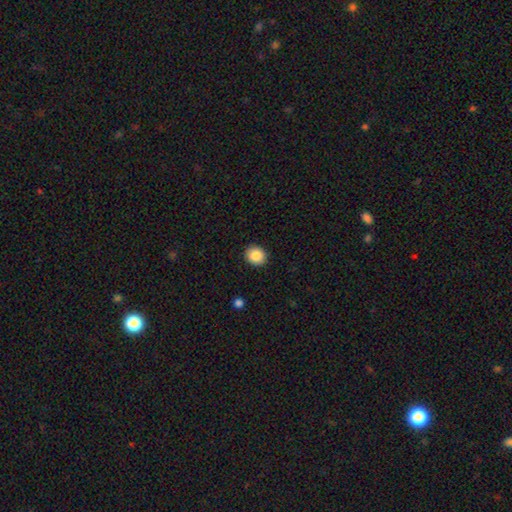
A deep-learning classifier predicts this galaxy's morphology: Q: Smooth or featured?
A: smooth (87%); runner-up: star or artifact (8%)
Q: How rounded?
A: round (75%); runner-up: in between (25%)
Q: Merging?
A: none (91%); runner-up: minor disturbance (6%)